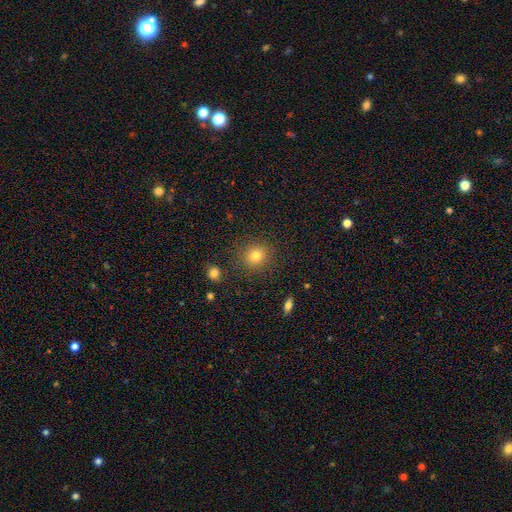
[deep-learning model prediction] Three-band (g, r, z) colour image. It shows a smooth galaxy with no disk features (80%) that is round (85%). Merging: none (87%).